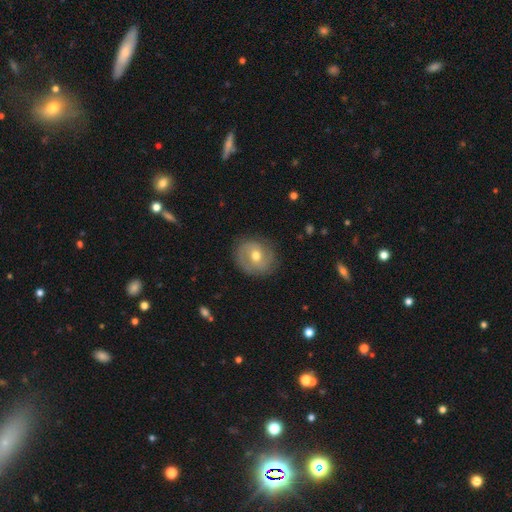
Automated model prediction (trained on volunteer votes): smooth-or-featured: featured or disk: 60% | smooth: 33% | star or artifact: 7%
  disk-edge-on: no: 96% | yes: 4%
    bar: no: 56% | weak: 36% | strong: 9%
    has-spiral-arms: yes: 77% | no: 23%
    bulge-size: moderate: 73% | small: 21% | large: 4% | none: 1% | dominant: 1%
  merging: none: 80% | minor disturbance: 14% | major disturbance: 5% | merger: 1%